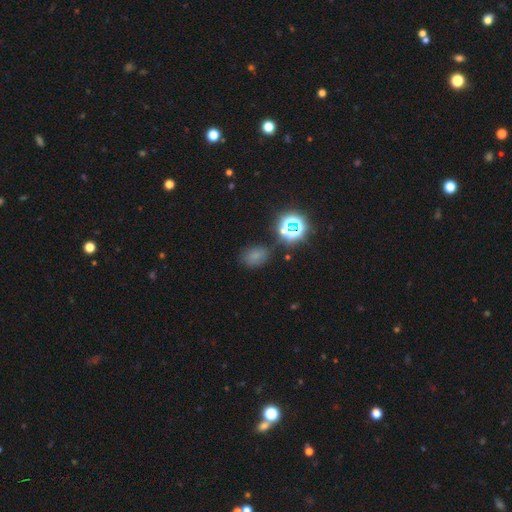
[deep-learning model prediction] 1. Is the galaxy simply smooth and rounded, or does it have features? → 64% smooth, 27% star or artifact, 9% featured or disk.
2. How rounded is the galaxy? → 61% in between, 38% round, 1% cigar-shaped.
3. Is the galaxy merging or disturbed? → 74% none, 17% minor disturbance, 5% major disturbance, 4% merger.